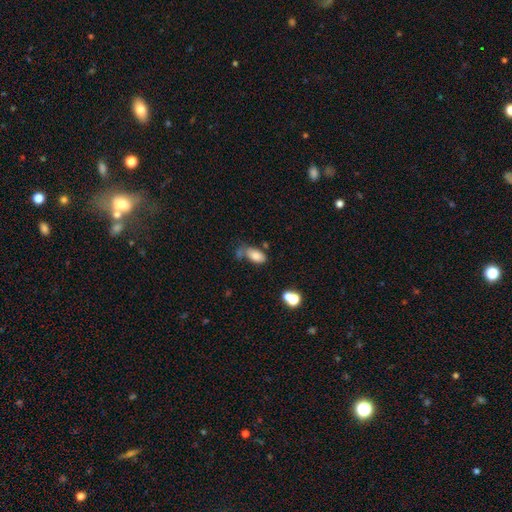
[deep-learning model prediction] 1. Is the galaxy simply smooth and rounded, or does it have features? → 81% smooth, 10% star or artifact, 10% featured or disk.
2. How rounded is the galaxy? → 92% in between, 4% cigar-shaped, 4% round.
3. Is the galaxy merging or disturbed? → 47% none, 21% minor disturbance, 21% merger, 10% major disturbance.